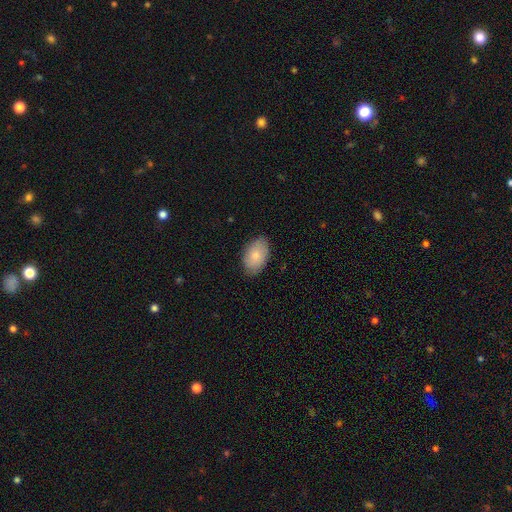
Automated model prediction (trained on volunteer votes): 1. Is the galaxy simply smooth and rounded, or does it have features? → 81% smooth, 13% featured or disk, 6% star or artifact.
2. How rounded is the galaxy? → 92% in between, 7% round, 1% cigar-shaped.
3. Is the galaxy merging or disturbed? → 81% none, 15% minor disturbance, 3% major disturbance, 1% merger.